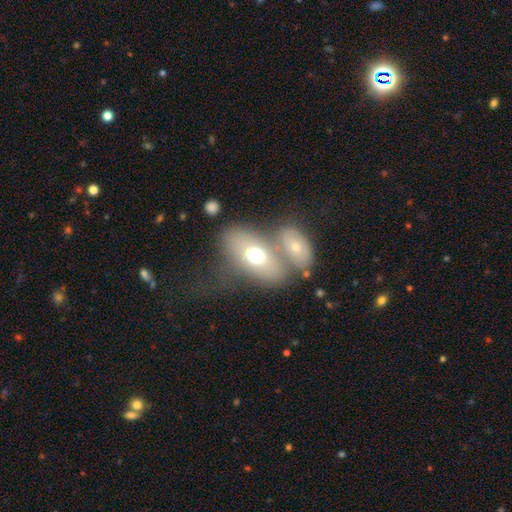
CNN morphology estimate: This appears to be a smooth galaxy with no disk features (63%) that is in between round and cigar-shaped (83%). Merging: merger (41%).